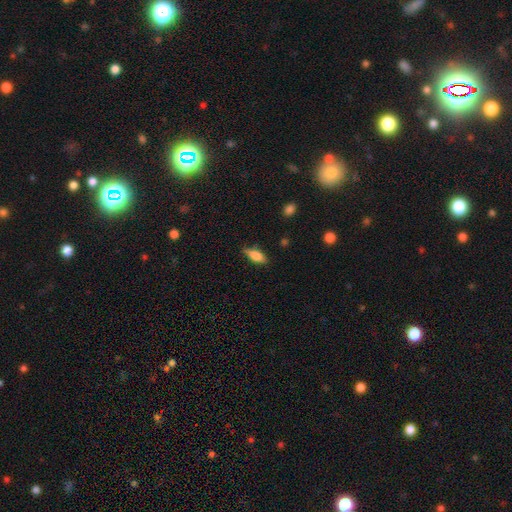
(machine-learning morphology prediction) smooth_or_featured: smooth (p=0.73) [alt: featured or disk p=0.20]
how_rounded: in between (p=0.70) [alt: cigar-shaped p=0.27]
merging: none (p=0.75) [alt: minor disturbance p=0.19]